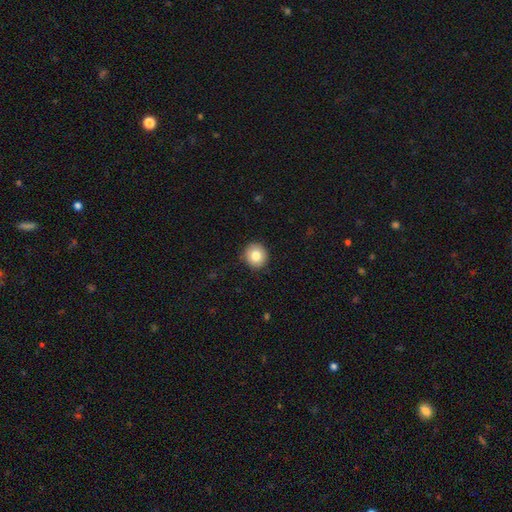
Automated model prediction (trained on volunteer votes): Smooth or featured: smooth — 81% (featured or disk — 10%)
How rounded: round — 90% (in between — 9%)
Merging: none — 90% (minor disturbance — 7%)